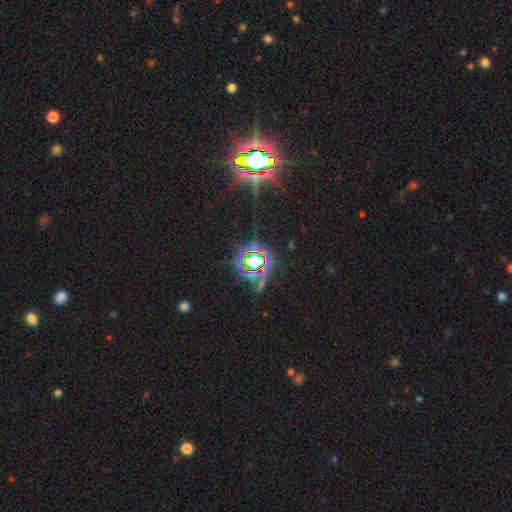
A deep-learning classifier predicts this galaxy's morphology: Q: Smooth or featured?
A: star or artifact (77%); runner-up: smooth (13%)